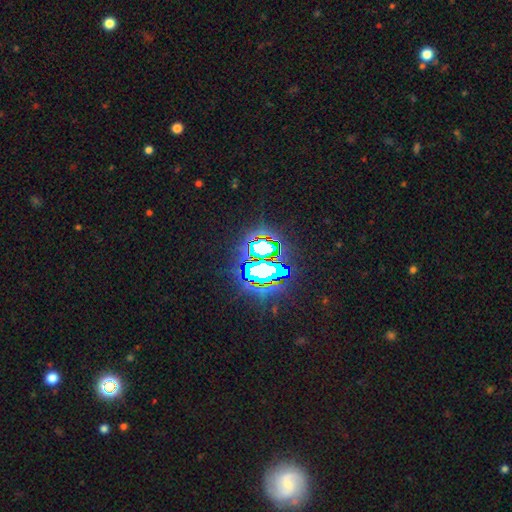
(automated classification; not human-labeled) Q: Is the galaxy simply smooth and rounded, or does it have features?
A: star or artifact — 83%.